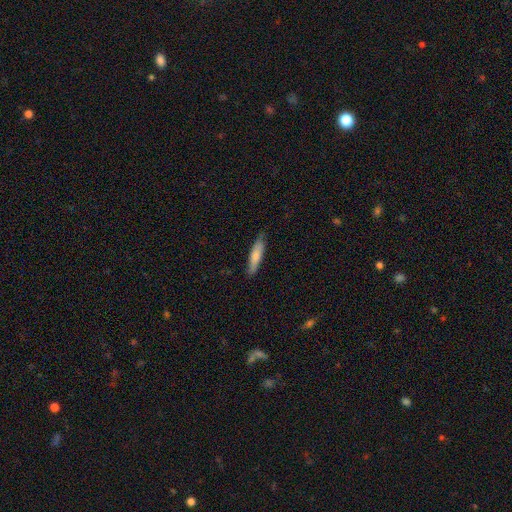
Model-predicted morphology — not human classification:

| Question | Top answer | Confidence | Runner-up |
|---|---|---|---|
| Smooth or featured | smooth | 71% | featured or disk (23%) |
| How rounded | cigar-shaped | 80% | in between (18%) |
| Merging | none | 81% | minor disturbance (15%) |